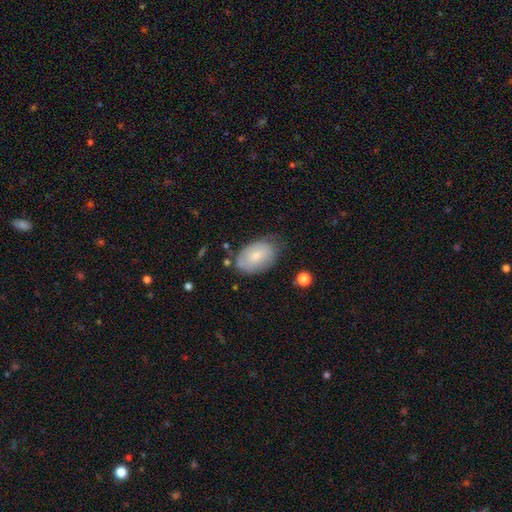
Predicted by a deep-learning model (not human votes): Overall: smooth (66%; featured or disk 28%). How rounded: in between (89%). Merging: none (60%; minor disturbance 30%).